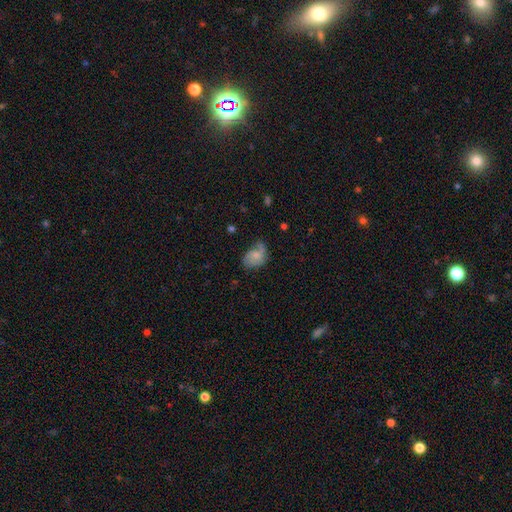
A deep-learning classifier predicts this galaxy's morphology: The model was most divided on "smooth or featured": smooth: 47%, featured or disk: 45%, star or artifact: 9%. Remaining: merging — none (43%).